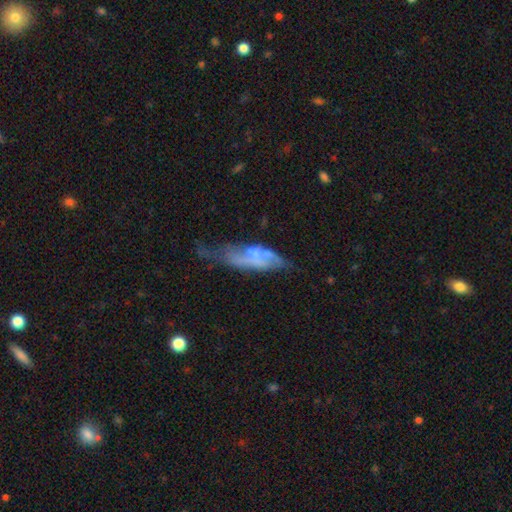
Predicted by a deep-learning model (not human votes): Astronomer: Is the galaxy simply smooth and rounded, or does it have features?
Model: featured or disk — 58% (runner-up: smooth, 34%).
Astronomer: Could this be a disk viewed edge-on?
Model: no — 73%.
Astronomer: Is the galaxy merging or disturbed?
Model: none — 31% (runner-up: minor disturbance, 29%).